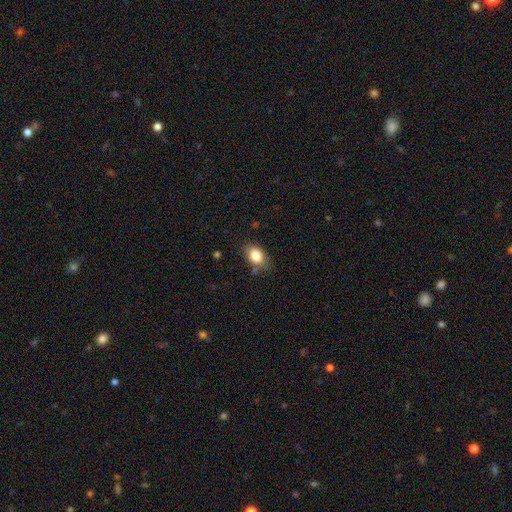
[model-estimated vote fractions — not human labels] Morphology: type=smooth (83%); roundness=in between (81%); merging=none (76%).